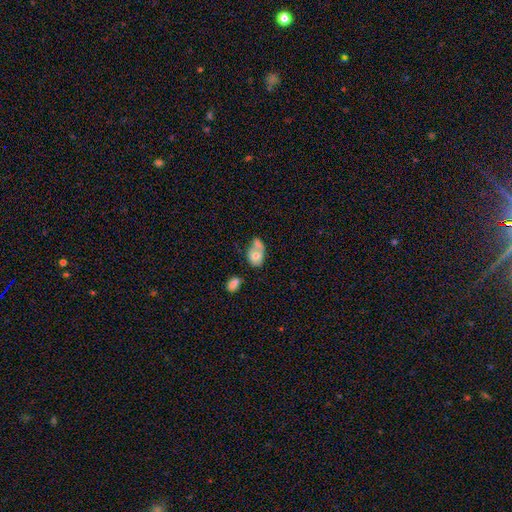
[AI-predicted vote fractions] A smooth galaxy with no disk features (64%) that is in between round and cigar-shaped (69%).

Vote fractions:
- Smooth or featured? smooth: 64% / featured or disk: 29% / star or artifact: 7%
- How rounded? in between: 69% / round: 30% / cigar-shaped: 1%
- Merging? merger: 52% / none: 23% / minor disturbance: 16% / major disturbance: 10%